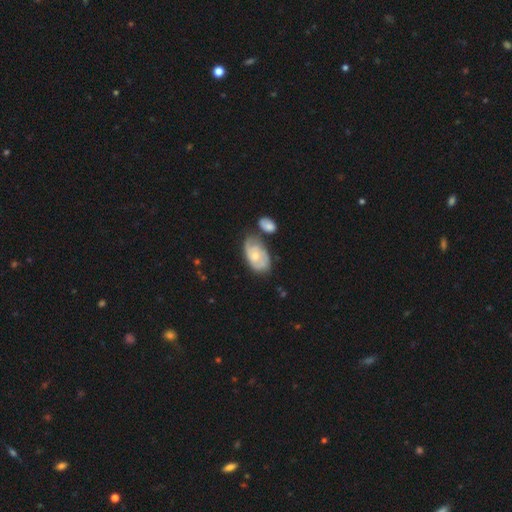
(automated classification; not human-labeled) This is likely a featured or disk galaxy (60%). It is clearly not viewed edge-on (95%). Bar: likely no (72%). Spiral arm pattern: clearly yes (81%). Central bulge: possibly moderate (50%). Merging: possibly none (51%).